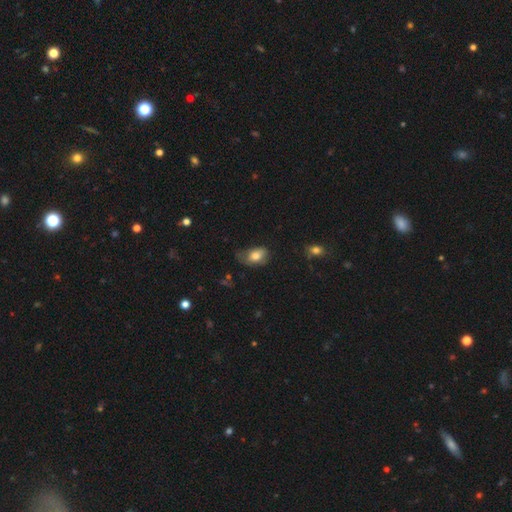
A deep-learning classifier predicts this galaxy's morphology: Q: Smooth or featured?
A: smooth (76%); runner-up: featured or disk (16%)
Q: How rounded?
A: in between (86%); runner-up: round (12%)
Q: Merging?
A: minor disturbance (40%); runner-up: none (38%)